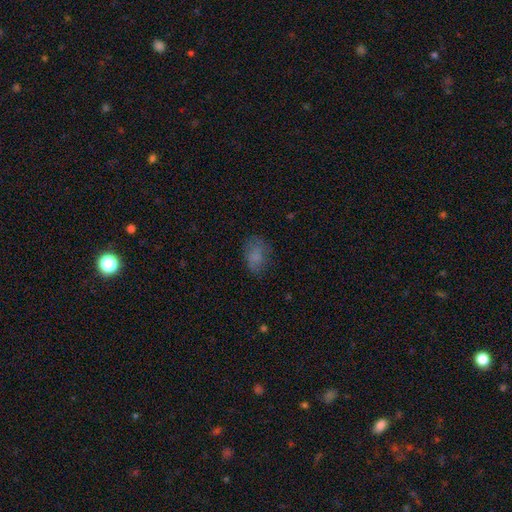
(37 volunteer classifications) Smooth or featured: smooth — 81% (featured or disk — 14%)
How rounded: in between — 83% (round — 13%)
Merging: none — 54% (minor disturbance — 29%)